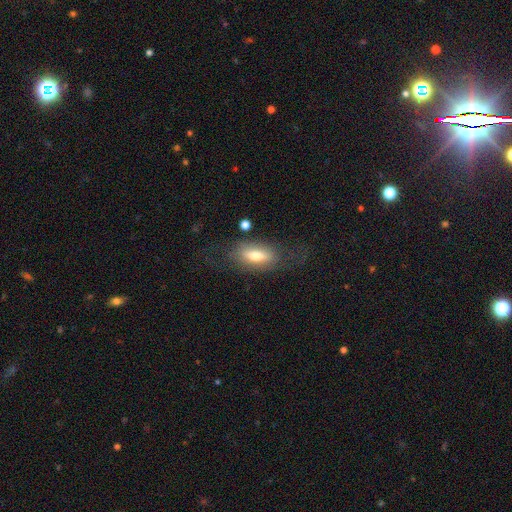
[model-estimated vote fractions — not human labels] This is likely a smooth galaxy (61%). How rounded: likely in between (79%). Merging: likely none (61%).